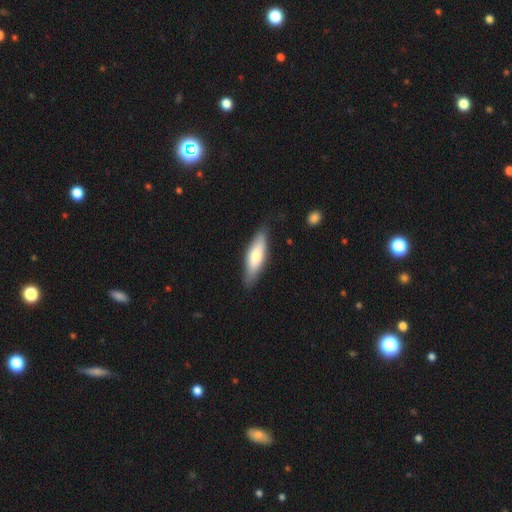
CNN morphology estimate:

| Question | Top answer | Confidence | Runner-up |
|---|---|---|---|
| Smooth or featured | smooth | 63% | featured or disk (31%) |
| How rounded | cigar-shaped | 55% | in between (43%) |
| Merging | none | 83% | minor disturbance (13%) |